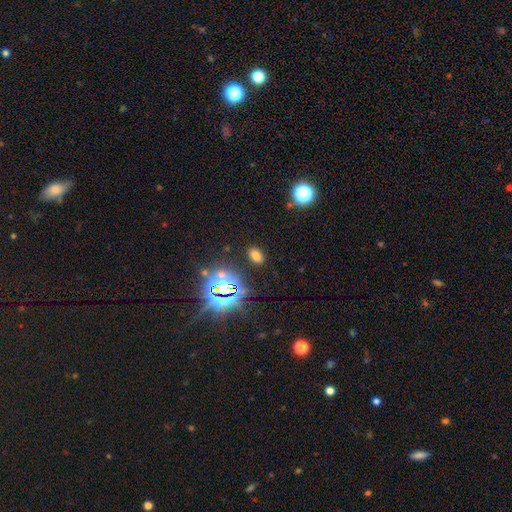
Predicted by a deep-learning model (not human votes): Smooth or featured?
  - smooth: 62% *
  - star or artifact: 30%
  - featured or disk: 7%
How rounded?
  - in between: 84% *
  - round: 14%
  - cigar-shaped: 2%
Merging?
  - none: 86% *
  - minor disturbance: 8%
  - major disturbance: 3%
  - merger: 2%